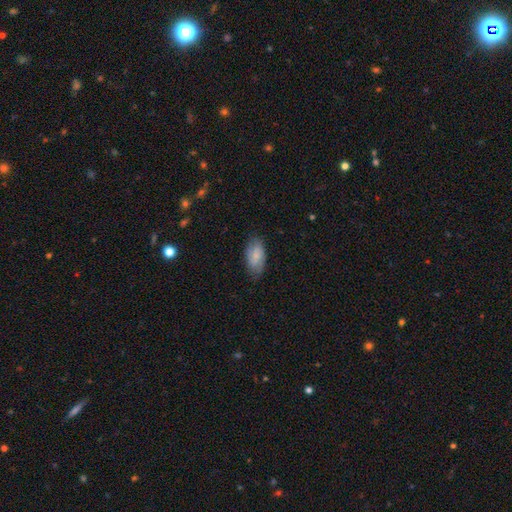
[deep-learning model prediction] Smooth or featured: smooth — 70% (featured or disk — 23%)
How rounded: in between — 93% (cigar-shaped — 3%)
Merging: none — 74% (minor disturbance — 21%)